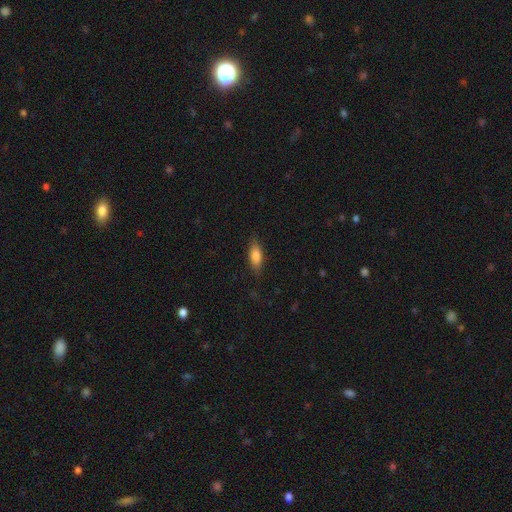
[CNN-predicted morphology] Smooth or featured: smooth — 81% (featured or disk — 12%)
How rounded: in between — 74% (cigar-shaped — 23%)
Merging: none — 82% (minor disturbance — 13%)